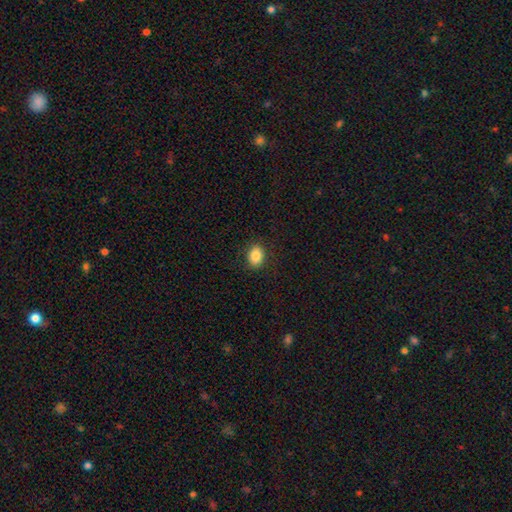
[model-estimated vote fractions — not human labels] smooth_or_featured: smooth (p=0.85) [alt: star or artifact p=0.09]
how_rounded: in between (p=0.69) [alt: round p=0.30]
merging: none (p=0.88) [alt: minor disturbance p=0.09]